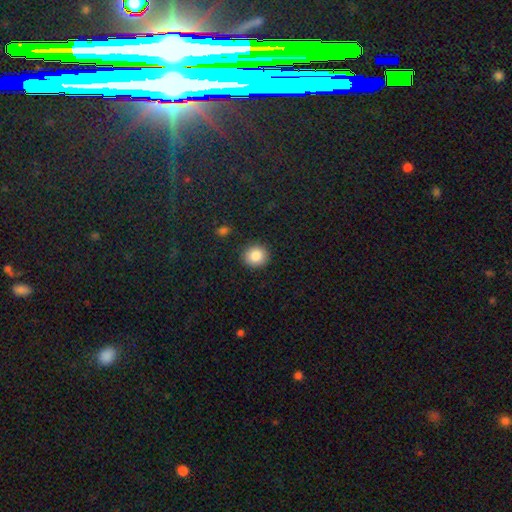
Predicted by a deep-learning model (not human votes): Q: Smooth or featured?
A: smooth (85%); runner-up: star or artifact (9%)
Q: How rounded?
A: round (87%); runner-up: in between (12%)
Q: Merging?
A: none (90%); runner-up: minor disturbance (7%)